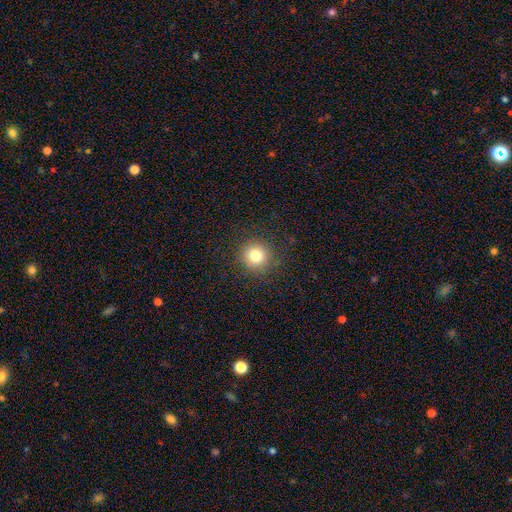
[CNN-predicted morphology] This is likely a smooth galaxy (80%). How rounded: clearly round (94%). Merging: clearly none (90%).